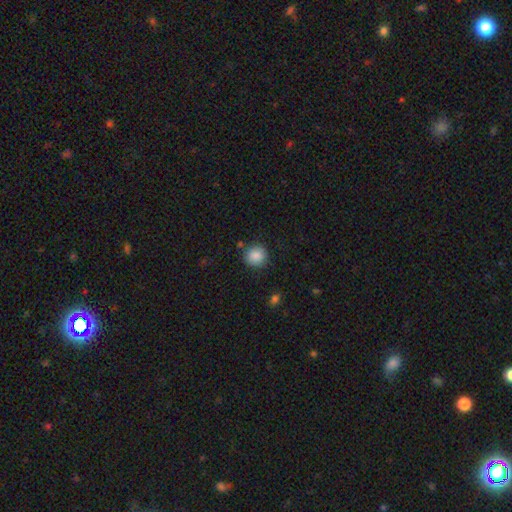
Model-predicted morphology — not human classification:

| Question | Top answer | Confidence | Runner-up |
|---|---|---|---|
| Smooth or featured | smooth | 88% | star or artifact (9%) |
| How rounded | round | 91% | in between (8%) |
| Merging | none | 87% | minor disturbance (8%) |